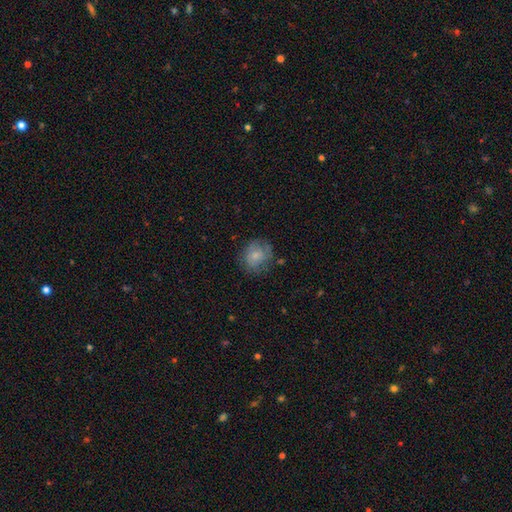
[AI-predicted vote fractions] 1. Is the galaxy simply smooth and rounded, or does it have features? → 71% smooth, 21% featured or disk, 8% star or artifact.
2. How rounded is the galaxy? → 72% round, 27% in between, 1% cigar-shaped.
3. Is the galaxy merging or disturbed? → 65% none, 23% minor disturbance, 9% major disturbance, 2% merger.